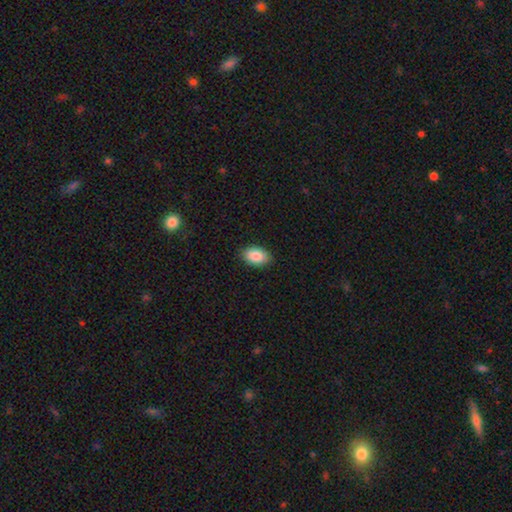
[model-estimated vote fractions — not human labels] smooth-or-featured: smooth: 88% | star or artifact: 7% | featured or disk: 5%
  how-rounded: in between: 91% | round: 8% | cigar-shaped: 1%
  merging: none: 88% | minor disturbance: 9% | major disturbance: 2% | merger: 1%